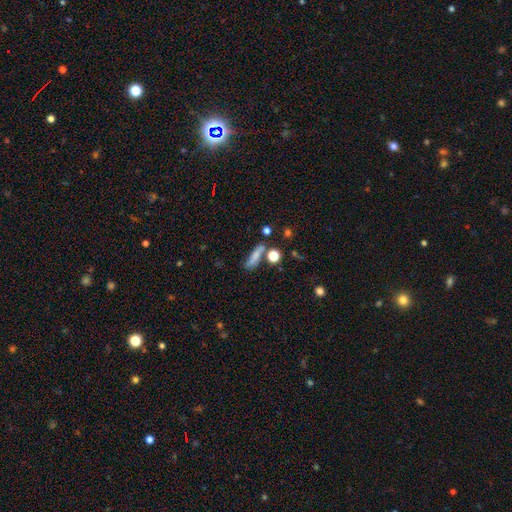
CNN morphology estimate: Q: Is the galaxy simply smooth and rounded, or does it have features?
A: smooth — 68%.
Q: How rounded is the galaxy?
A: cigar-shaped — 62%.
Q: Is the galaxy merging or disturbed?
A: none — 55%.